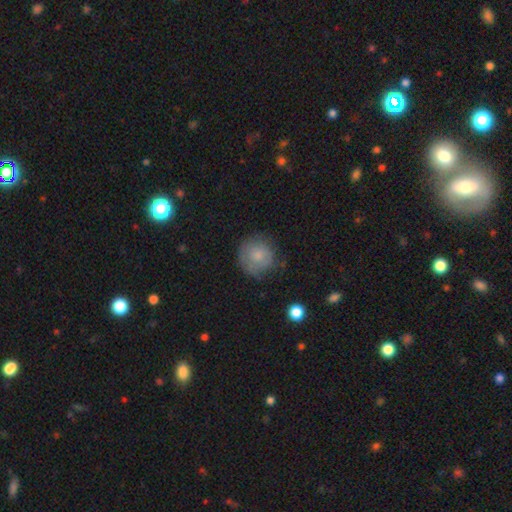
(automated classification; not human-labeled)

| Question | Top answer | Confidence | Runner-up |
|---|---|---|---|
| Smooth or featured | smooth | 75% | featured or disk (16%) |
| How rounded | round | 92% | in between (7%) |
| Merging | none | 72% | minor disturbance (20%) |